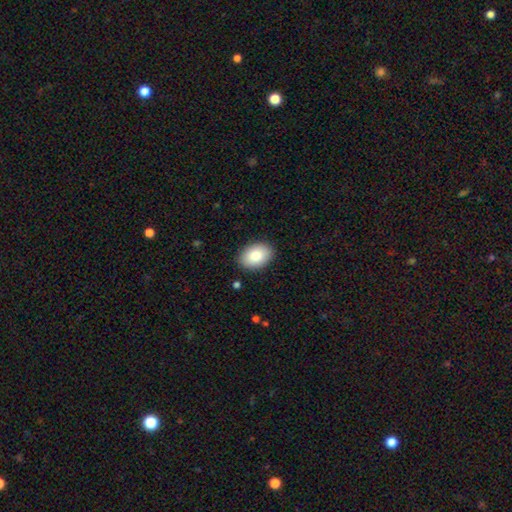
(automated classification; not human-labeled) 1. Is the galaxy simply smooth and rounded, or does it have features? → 85% smooth, 9% featured or disk, 7% star or artifact.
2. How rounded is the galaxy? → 84% in between, 15% round, 1% cigar-shaped.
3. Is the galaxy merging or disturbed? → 89% none, 8% minor disturbance, 2% major disturbance, 1% merger.